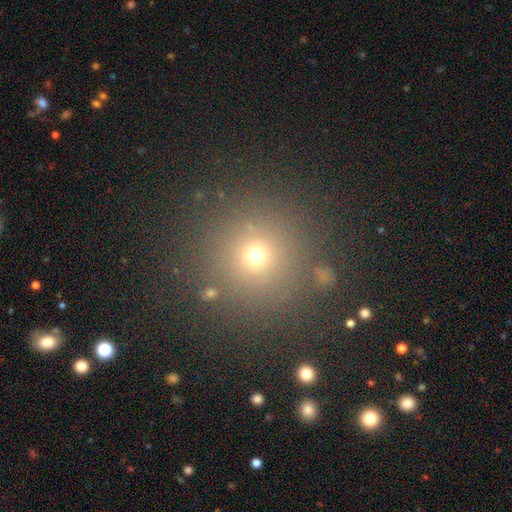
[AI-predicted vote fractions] Smooth or featured? smooth (67%)
How rounded? round (94%)
Merging? none (83%)